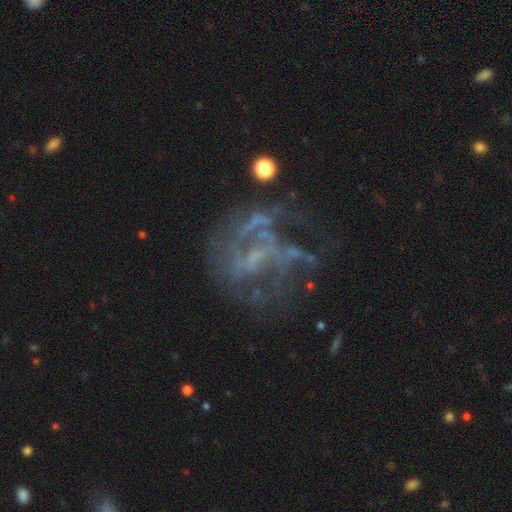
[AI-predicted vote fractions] smooth-or-featured: featured or disk: 71% | star or artifact: 18% | smooth: 11%
  disk-edge-on: no: 98% | yes: 2%
    bar: no: 56% | weak: 32% | strong: 12%
    has-spiral-arms: no: 51% | yes: 49%
    bulge-size: none: 52% | small: 35% | moderate: 11% | large: 1% | dominant: 1%
  merging: none: 43% | major disturbance: 35% | minor disturbance: 16% | merger: 6%